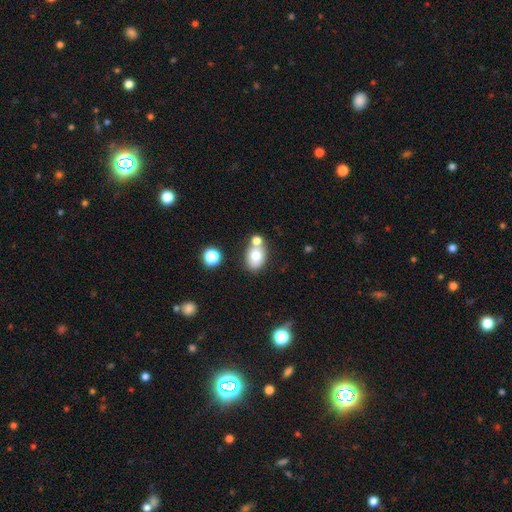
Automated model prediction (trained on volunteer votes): A smooth galaxy with no disk features (74%) that is in between round and cigar-shaped (71%).

Vote fractions:
- Smooth or featured? smooth: 74% / featured or disk: 16% / star or artifact: 10%
- How rounded? in between: 71% / round: 28% / cigar-shaped: 1%
- Merging? none: 52% / merger: 32% / minor disturbance: 12% / major disturbance: 4%